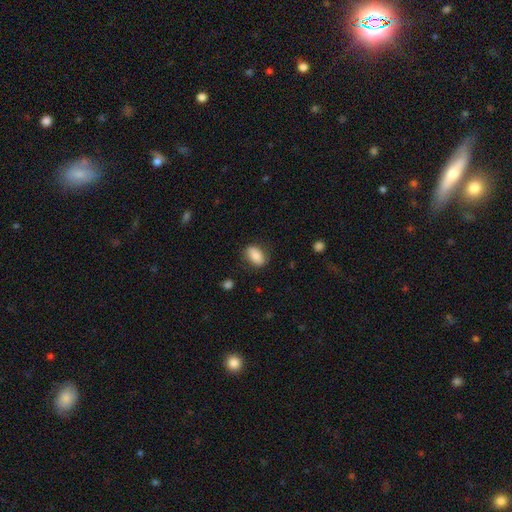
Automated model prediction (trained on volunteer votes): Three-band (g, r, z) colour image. It shows a smooth galaxy with no disk features (80%) that is in between round and cigar-shaped (87%). Merging: none (77%).